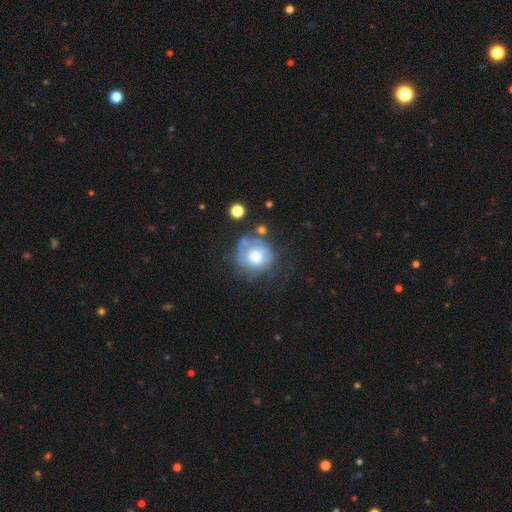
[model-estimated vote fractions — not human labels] This is possibly a smooth galaxy (53%). How rounded: clearly round (87%). Merging: possibly none (48%).